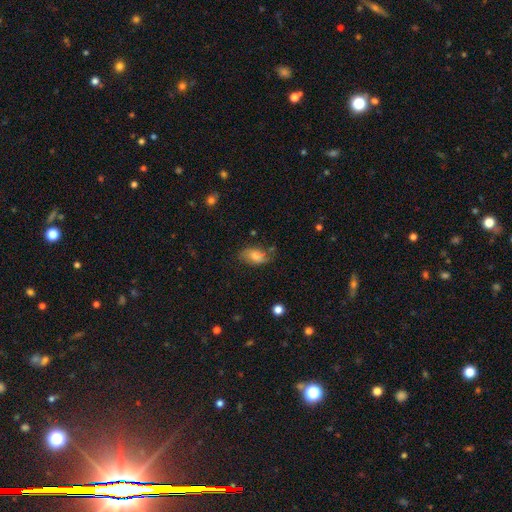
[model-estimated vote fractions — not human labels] Smooth or featured: smooth — 66% (featured or disk — 26%)
How rounded: in between — 89% (round — 7%)
Merging: none — 62% (minor disturbance — 27%)